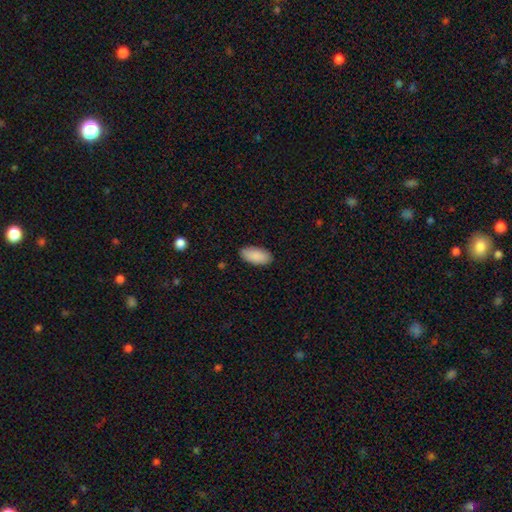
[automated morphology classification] This is clearly a smooth galaxy (90%). How rounded: clearly in between (92%). Merging: clearly none (87%).